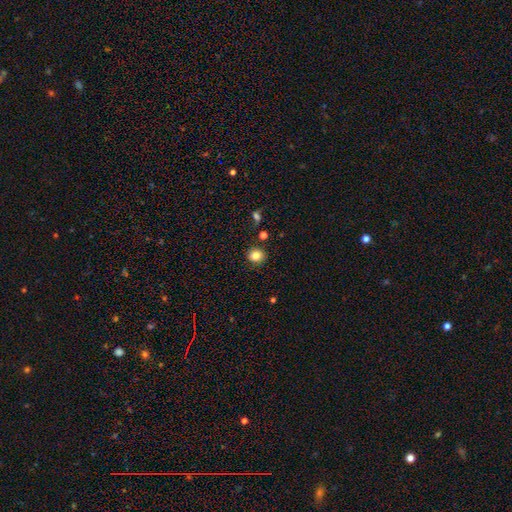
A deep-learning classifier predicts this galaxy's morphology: smooth-or-featured: smooth: 82% | star or artifact: 12% | featured or disk: 6%
  how-rounded: round: 86% | in between: 13% | cigar-shaped: 1%
  merging: none: 89% | minor disturbance: 7% | merger: 3% | major disturbance: 2%